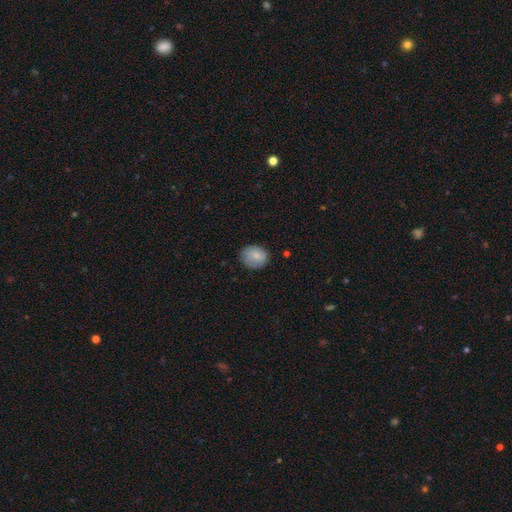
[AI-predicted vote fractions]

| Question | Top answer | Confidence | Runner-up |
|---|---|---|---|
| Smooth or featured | smooth | 80% | featured or disk (12%) |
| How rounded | round | 66% | in between (33%) |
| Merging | none | 74% | minor disturbance (21%) |